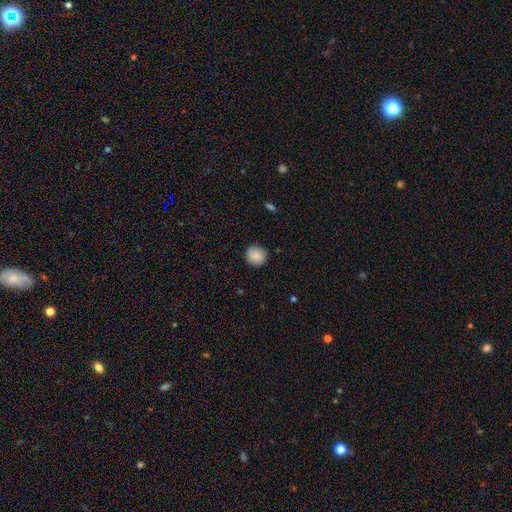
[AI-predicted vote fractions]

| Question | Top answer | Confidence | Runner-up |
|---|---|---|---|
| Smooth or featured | smooth | 86% | star or artifact (8%) |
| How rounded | round | 89% | in between (10%) |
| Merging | none | 87% | minor disturbance (10%) |